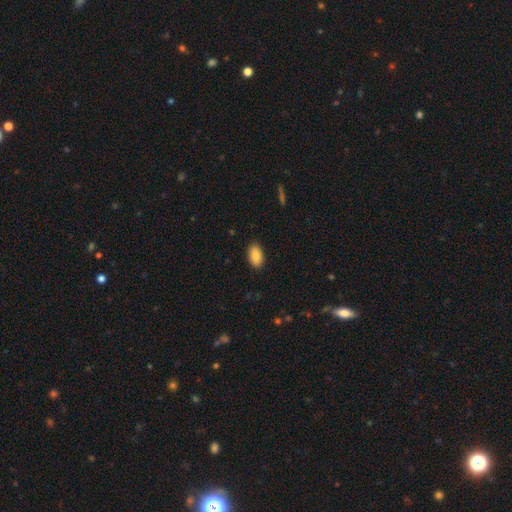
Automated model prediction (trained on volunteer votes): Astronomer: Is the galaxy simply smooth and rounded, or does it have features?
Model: smooth — 87%.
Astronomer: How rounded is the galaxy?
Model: in between — 94%.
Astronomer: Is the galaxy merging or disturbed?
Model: none — 89%.